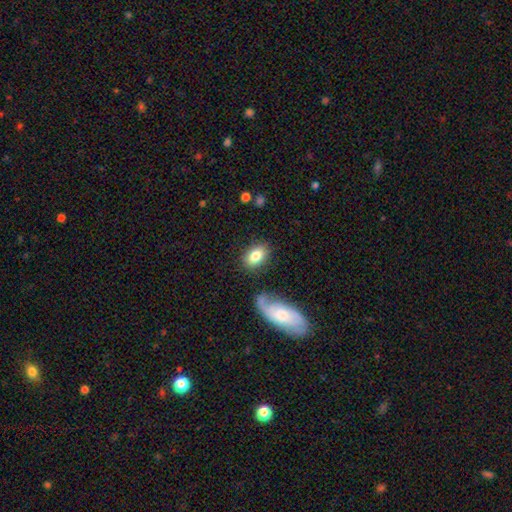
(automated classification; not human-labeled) Smooth or featured? Predicted: smooth (p=0.81). How rounded? Predicted: in between (p=0.85). Merging? Predicted: none (p=0.78).